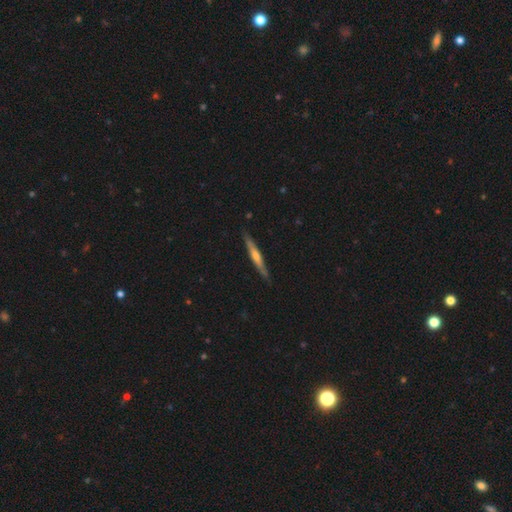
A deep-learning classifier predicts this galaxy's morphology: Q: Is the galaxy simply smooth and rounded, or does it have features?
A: featured or disk — 63%.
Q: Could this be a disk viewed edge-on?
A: yes — 96%.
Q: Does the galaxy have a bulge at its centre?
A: rounded — 63%.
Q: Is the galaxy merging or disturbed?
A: none — 87%.